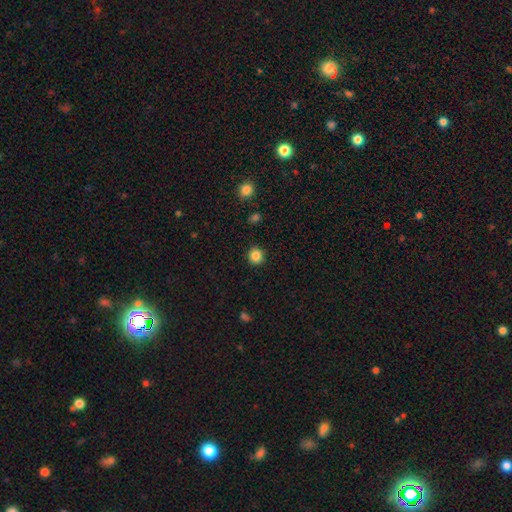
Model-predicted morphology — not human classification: Smooth or featured: smooth — 84% (star or artifact — 11%)
How rounded: round — 90% (in between — 9%)
Merging: none — 91% (minor disturbance — 6%)